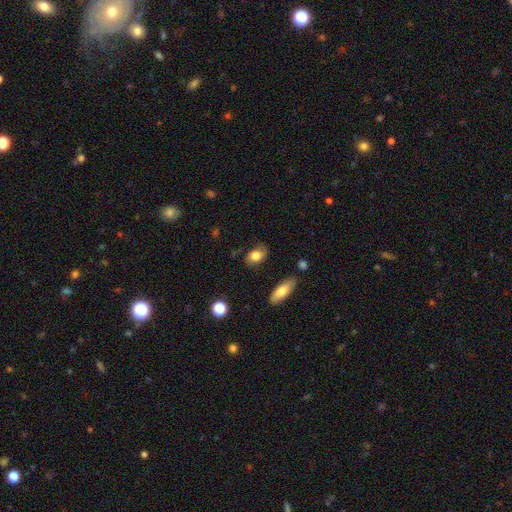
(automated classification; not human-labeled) Smooth or featured? smooth (75%)
How rounded? in between (80%)
Merging? none (70%)